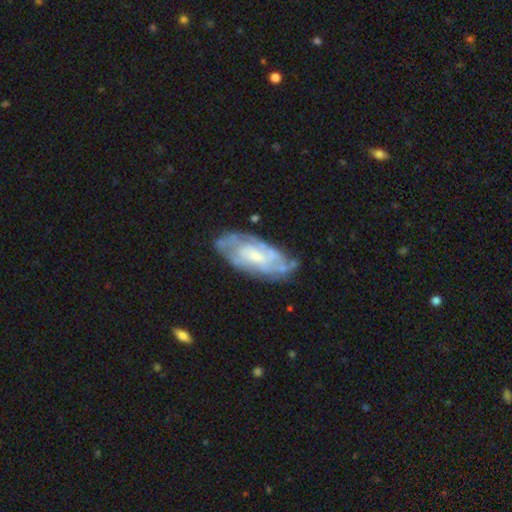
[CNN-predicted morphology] featured or disk 73%, smooth 21%, star or artifact 6%. Down the decision tree: edge-on disk — no (91%); bar — no (66%); spiral arms — yes (76%); spiral arm count — can't tell (61%); spiral winding — tight (61%); bulge size — small (44%); merging — none (68%).